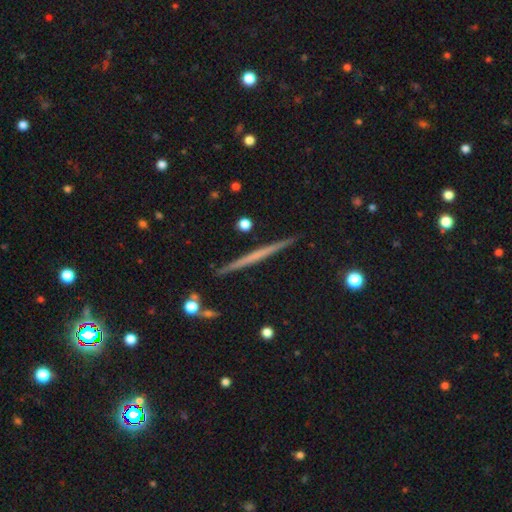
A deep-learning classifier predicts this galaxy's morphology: A featured or disk galaxy (60%) viewed edge-on (98%) with no central bulge (90%). Merging: none (92%).